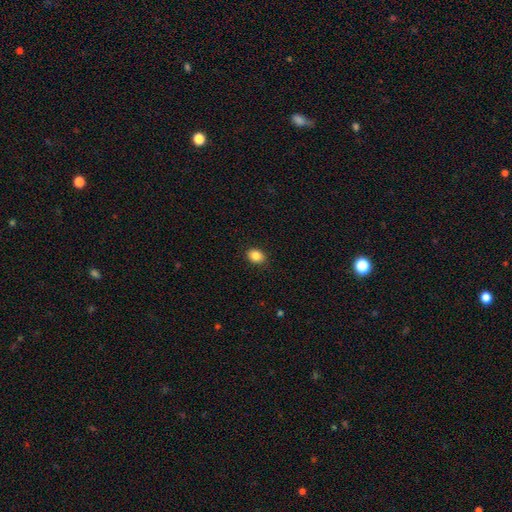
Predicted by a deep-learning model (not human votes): Smooth or featured? smooth (86%)
How rounded? in between (58%)
Merging? none (89%)